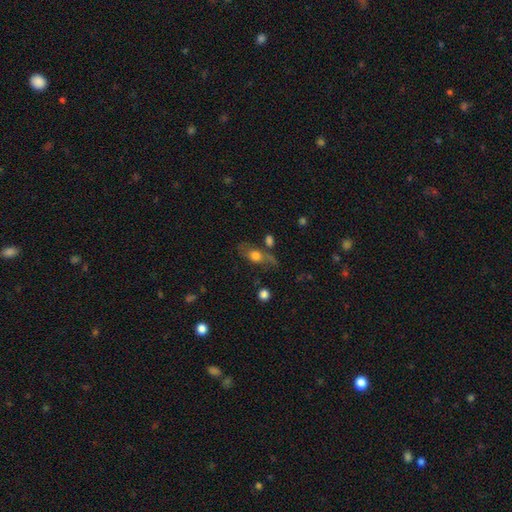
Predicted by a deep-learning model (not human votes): smooth-or-featured: smooth: 61% | featured or disk: 29% | star or artifact: 9%
  how-rounded: in between: 67% | round: 20% | cigar-shaped: 13%
  merging: none: 48% | minor disturbance: 23% | major disturbance: 15% | merger: 14%